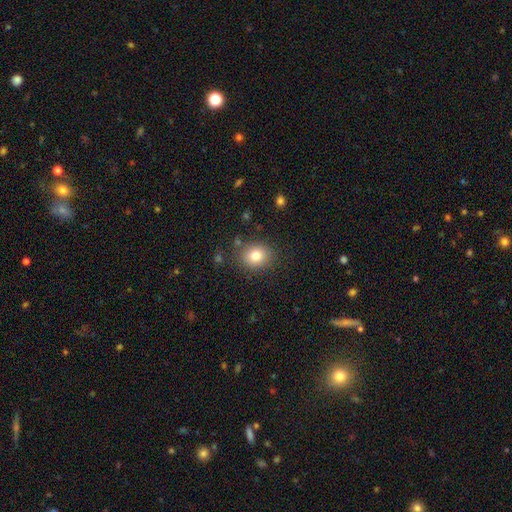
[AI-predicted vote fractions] Overall: smooth (79%). How rounded: round (69%; in between 30%). Merging: none (85%).